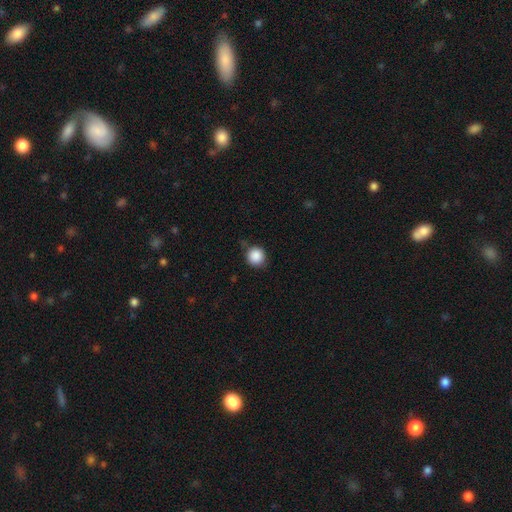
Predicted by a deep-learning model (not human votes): Morphology: type=smooth (88%); roundness=round (94%); merging=none (80%).